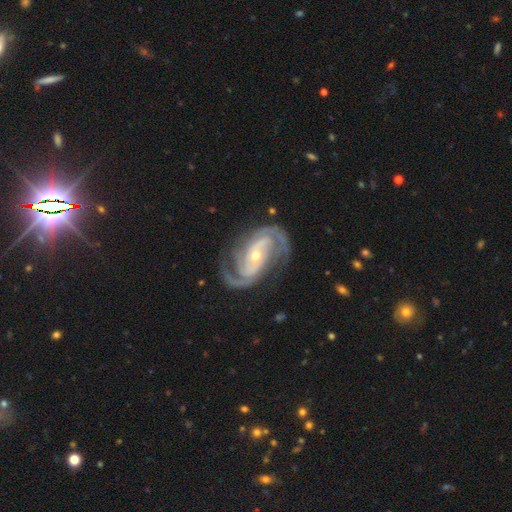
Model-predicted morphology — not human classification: type=featured or disk (93%); edge-on=no (97%); bar=no (42%); spiral arms=yes (98%); winding=medium (46%); arm count=2 (69%); bulge=small (49%); merging=none (75%).